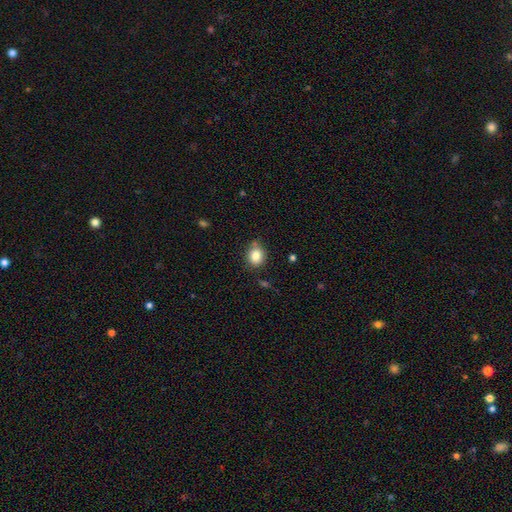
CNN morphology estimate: Overall: smooth (83%). How rounded: round (65%; in between 34%). Merging: none (76%).